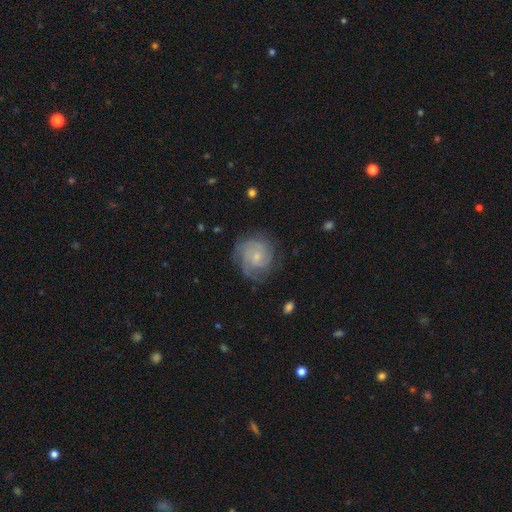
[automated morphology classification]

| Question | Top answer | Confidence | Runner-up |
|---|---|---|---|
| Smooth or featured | featured or disk | 76% | smooth (17%) |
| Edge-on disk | no | 98% | yes (2%) |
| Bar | no | 73% | weak (24%) |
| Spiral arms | yes | 94% | no (6%) |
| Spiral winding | tight | 59% | medium (32%) |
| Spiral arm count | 3 | 31% | can't tell (28%) |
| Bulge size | small | 73% | moderate (20%) |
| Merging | none | 72% | minor disturbance (18%) |